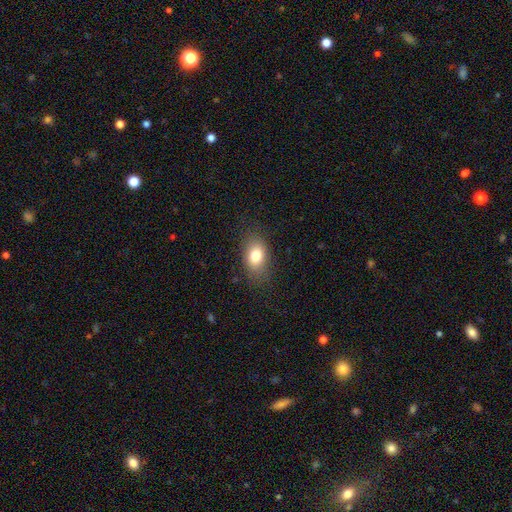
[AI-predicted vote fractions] smooth_or_featured: smooth (p=0.80) [alt: featured or disk p=0.11]
how_rounded: in between (p=0.83) [alt: round p=0.15]
merging: none (p=0.79) [alt: minor disturbance p=0.15]